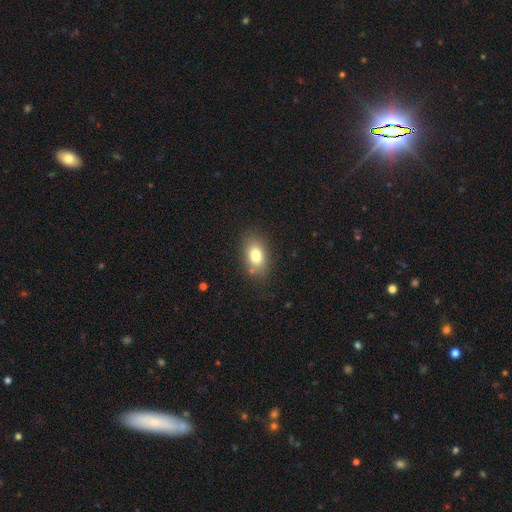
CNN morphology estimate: Overall: smooth (79%). How rounded: in between (86%). Merging: none (81%).